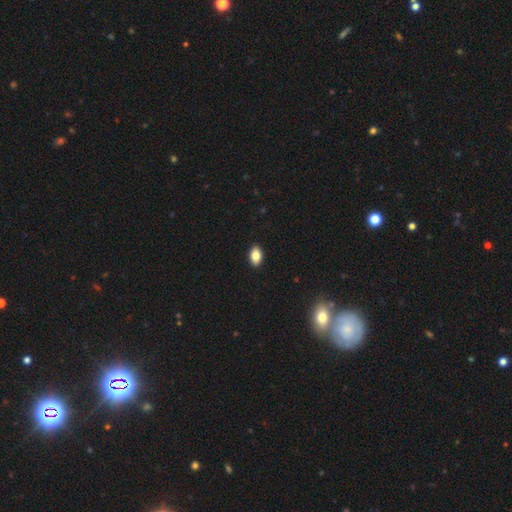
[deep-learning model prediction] smooth_or_featured: smooth (p=0.83) [alt: featured or disk p=0.09]
how_rounded: in between (p=0.90) [alt: round p=0.07]
merging: none (p=0.91) [alt: minor disturbance p=0.07]